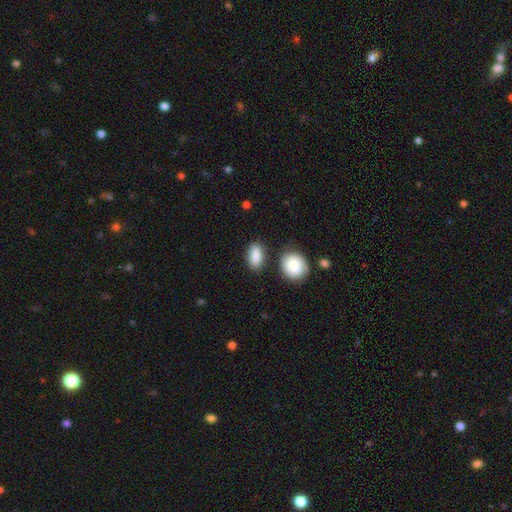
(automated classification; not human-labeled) Smooth or featured? smooth (88%)
How rounded? in between (88%)
Merging? none (75%)